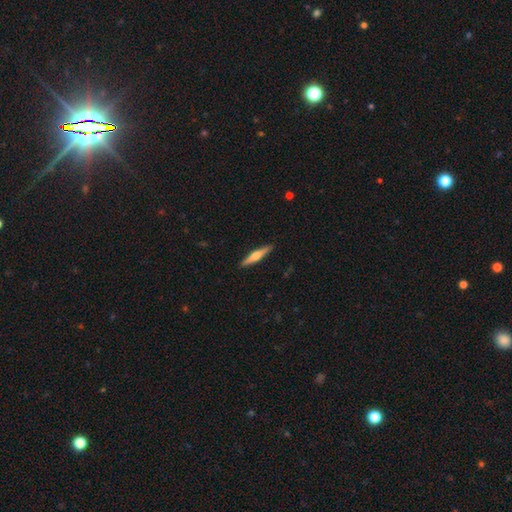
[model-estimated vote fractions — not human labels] The model was most divided on "smooth or featured": featured or disk: 57%, smooth: 37%, star or artifact: 5%. More confident: edge-on disk — yes (97%); merging — none (91%); edge-on bulge — rounded (88%).